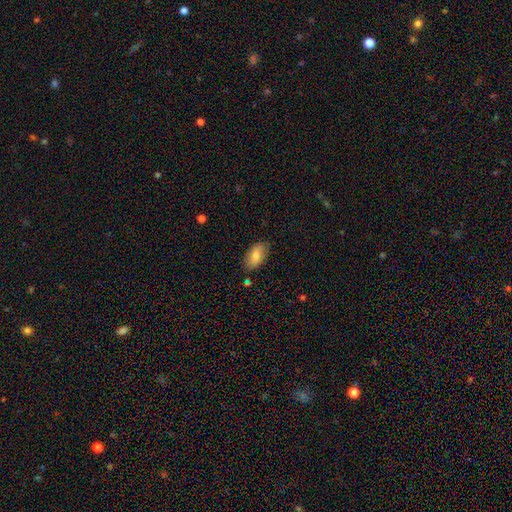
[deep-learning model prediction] smooth 75%, featured or disk 17%, star or artifact 7%. Down the decision tree: how rounded — in between (93%); merging — none (82%).